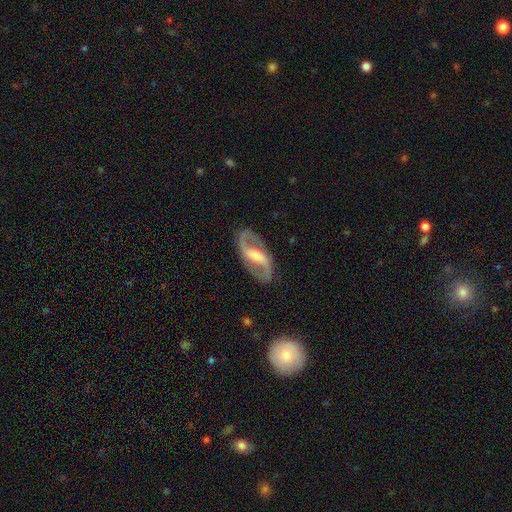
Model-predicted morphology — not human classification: The model was most divided on "bar": strong: 45%, weak: 39%, no: 15%. Remaining: edge-on disk — no (96%); spiral arms — yes (96%); spiral arm count — 2 (94%); smooth or featured — featured or disk (89%); merging — none (85%); spiral winding — medium (52%); bulge size — moderate (46%).